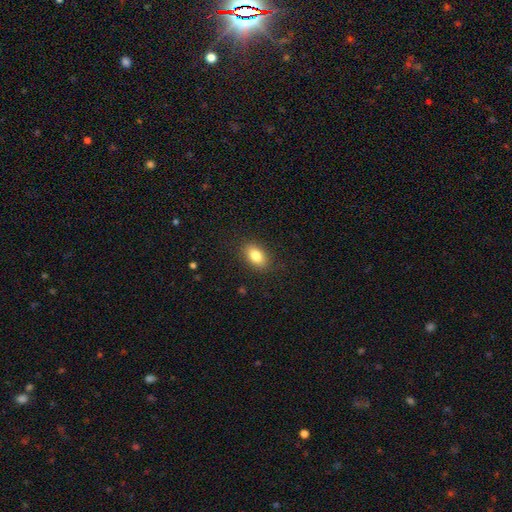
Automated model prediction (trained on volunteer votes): The model was most divided on "smooth or featured": smooth: 82%, featured or disk: 9%, star or artifact: 9%. More confident: merging — none (87%); how rounded — in between (86%).